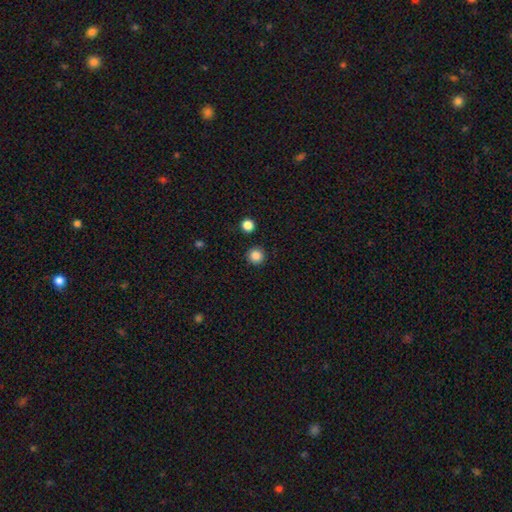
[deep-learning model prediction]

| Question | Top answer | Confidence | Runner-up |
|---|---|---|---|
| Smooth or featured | smooth | 86% | star or artifact (11%) |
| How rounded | round | 96% | in between (3%) |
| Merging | none | 92% | minor disturbance (5%) |